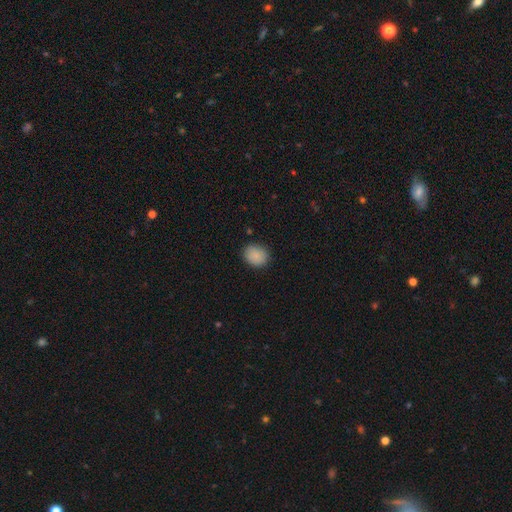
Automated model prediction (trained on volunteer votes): Smooth or featured? smooth (88%)
How rounded? round (59%)
Merging? none (87%)